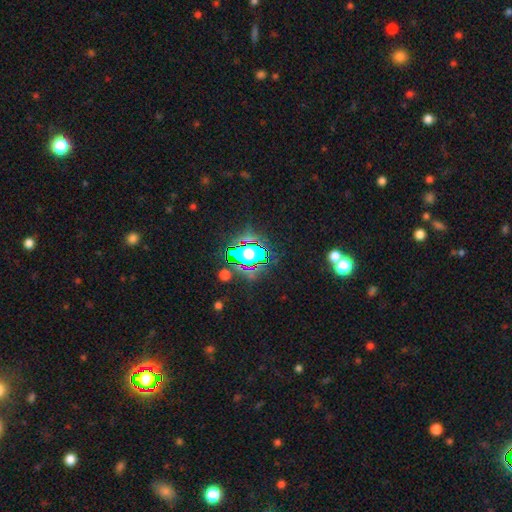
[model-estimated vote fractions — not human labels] Smooth or featured?
  - star or artifact: 81% *
  - smooth: 11%
  - featured or disk: 8%